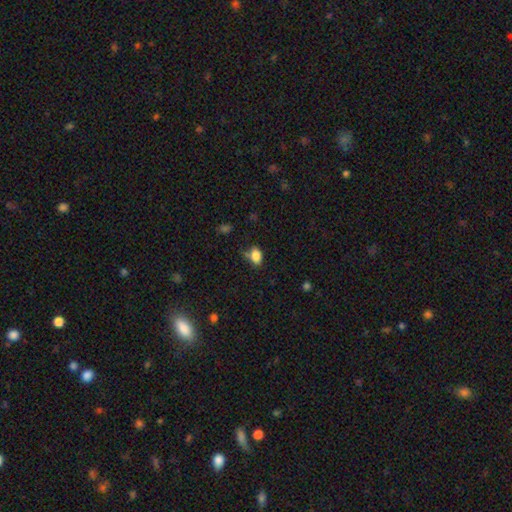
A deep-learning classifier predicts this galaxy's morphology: This appears to be a smooth galaxy with no disk features (83%) that is in between round and cigar-shaped (81%). Merging: none (57%).